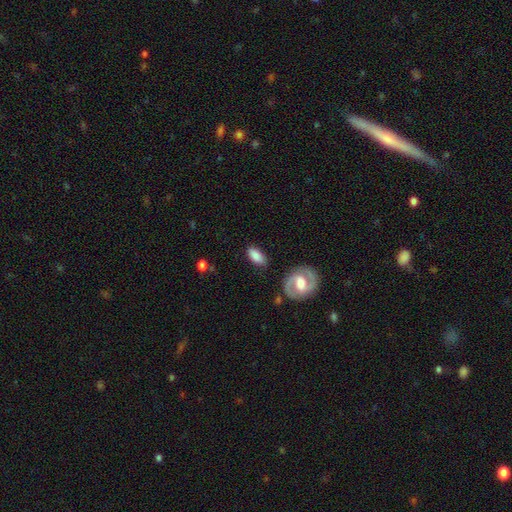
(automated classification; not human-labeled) Overall: smooth (78%). How rounded: in between (89%). Merging: none (79%).